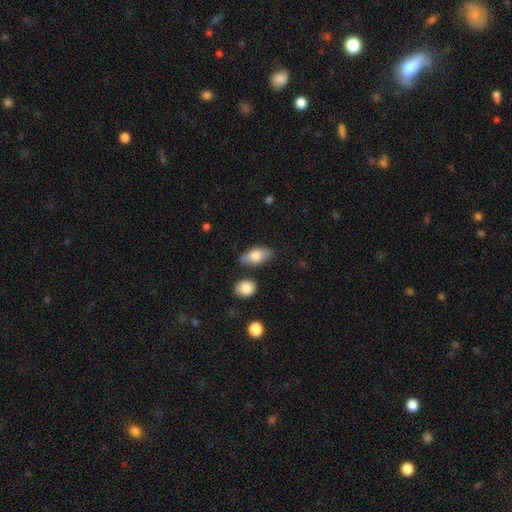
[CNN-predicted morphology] Q: Smooth or featured?
A: smooth (70%); runner-up: featured or disk (23%)
Q: How rounded?
A: in between (86%); runner-up: cigar-shaped (10%)
Q: Merging?
A: none (78%); runner-up: minor disturbance (14%)